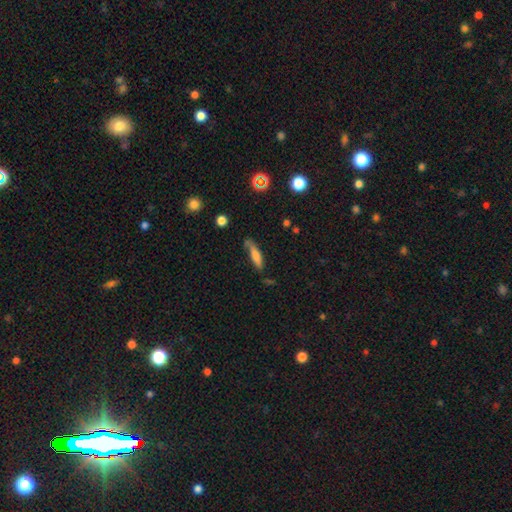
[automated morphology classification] A smooth galaxy with no disk features (68%) that is cigar-shaped (70%). Merging: none (57%).